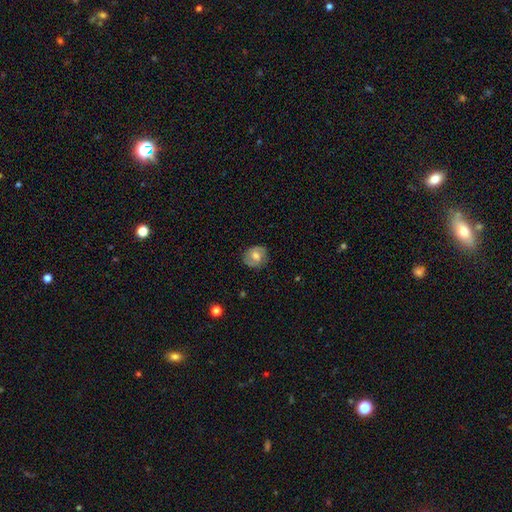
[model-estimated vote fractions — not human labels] Smooth or featured? smooth (56%)
How rounded? round (75%)
Merging? none (80%)